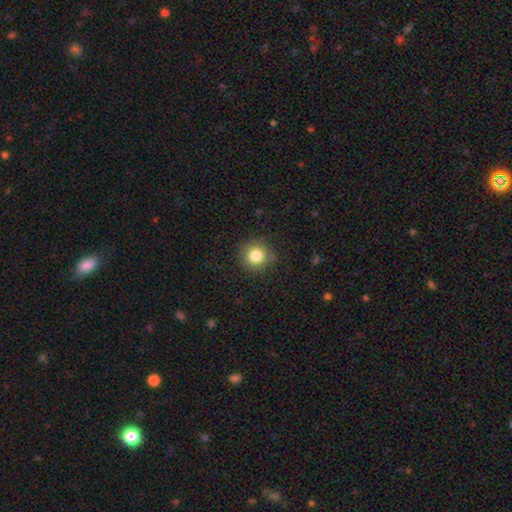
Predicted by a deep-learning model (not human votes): A smooth galaxy with no disk features (82%) that is round (94%). Merging: none (88%).